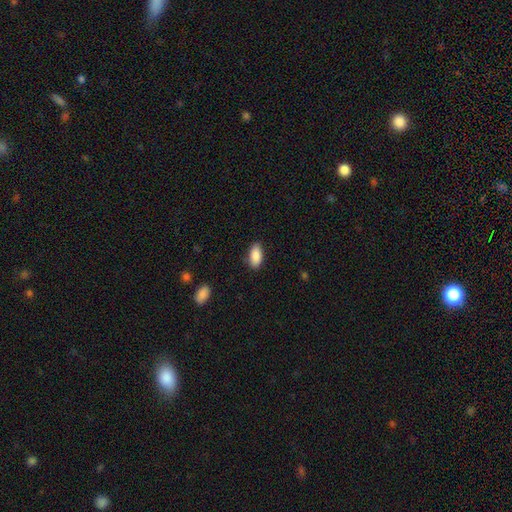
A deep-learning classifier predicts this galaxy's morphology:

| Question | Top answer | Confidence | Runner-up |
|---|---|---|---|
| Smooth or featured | smooth | 89% | star or artifact (7%) |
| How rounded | in between | 92% | cigar-shaped (6%) |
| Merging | none | 86% | minor disturbance (11%) |